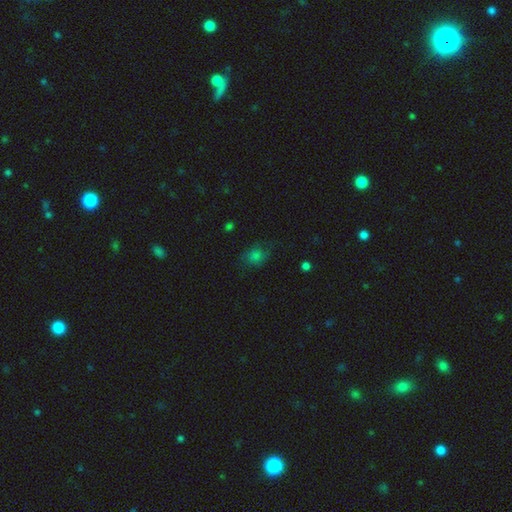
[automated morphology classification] Smooth or featured: smooth — 69% (star or artifact — 20%)
How rounded: round — 57% (in between — 42%)
Merging: none — 68% (minor disturbance — 21%)